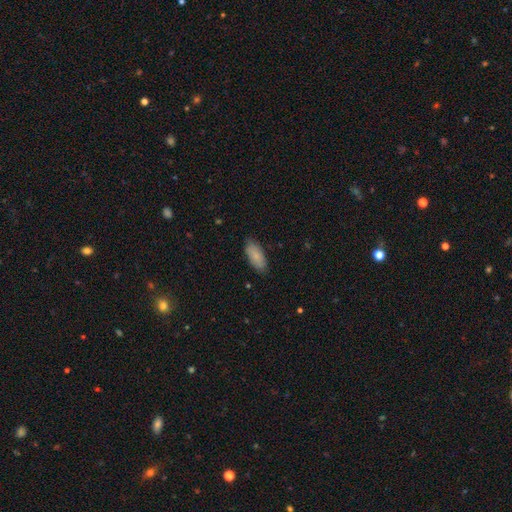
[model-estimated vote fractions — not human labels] This appears to be a smooth galaxy with no disk features (84%) that is in between round and cigar-shaped (85%). Merging: none (84%).